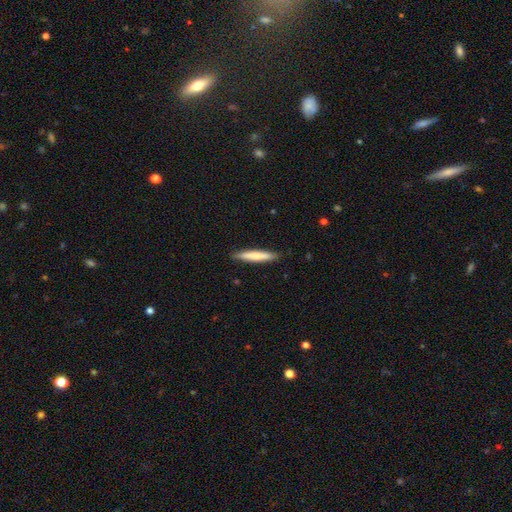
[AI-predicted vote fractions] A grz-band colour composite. It shows a smooth galaxy with no disk features (75%) that is cigar-shaped (93%). Merging: none (90%).